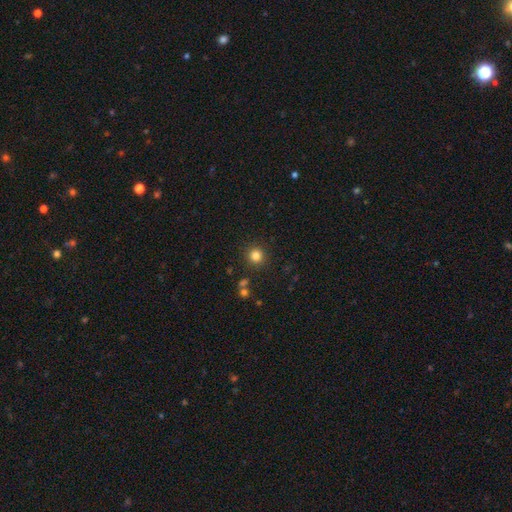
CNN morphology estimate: smooth-or-featured: smooth: 82% | star or artifact: 13% | featured or disk: 5%
  how-rounded: round: 94% | in between: 5% | cigar-shaped: 1%
  merging: none: 90% | minor disturbance: 6% | merger: 2% | major disturbance: 2%